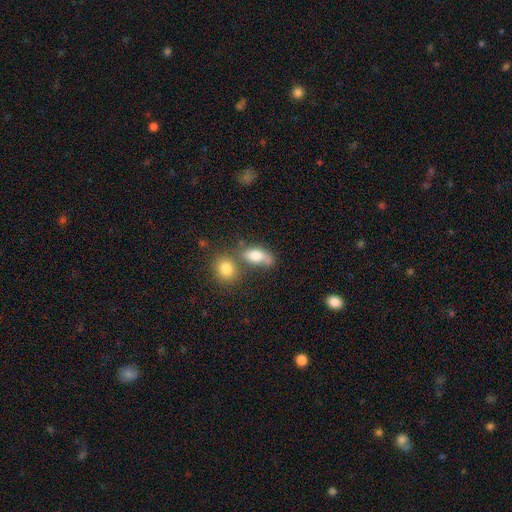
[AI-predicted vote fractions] This appears to be a smooth galaxy with no disk features (75%) that is in between round and cigar-shaped (80%). Merging: none (41%).